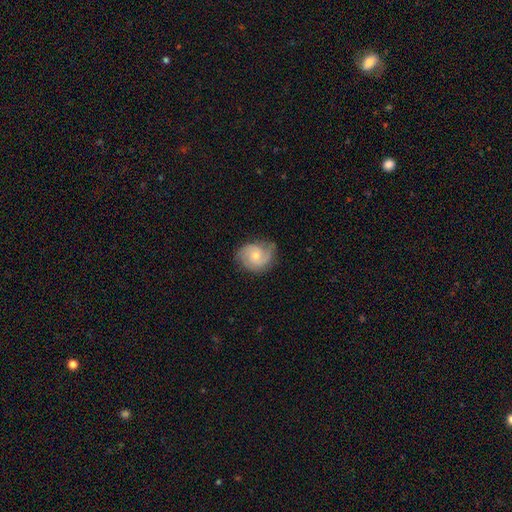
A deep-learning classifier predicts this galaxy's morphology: A featured or disk galaxy (69%) with no bar (71%), 2 (63%) medium (43%) spiral arms (93%) and a small central bulge (50%).

Vote fractions:
- Smooth or featured? featured or disk: 69% / smooth: 24% / star or artifact: 6%
- Edge-on disk? no: 98% / yes: 2%
- Bar? no: 71% / weak: 26% / strong: 3%
- Spiral arms? yes: 93% / no: 7%
- Spiral winding? medium: 43% / tight: 41% / loose: 16%
- Spiral arm count? 2: 63% / can't tell: 14% / 3: 13% / 1: 6% / 4: 2% / more than 4: 2%
- Bulge size? small: 50% / moderate: 45% / large: 2% / none: 2% / dominant: 1%
- Merging? none: 67% / minor disturbance: 24% / major disturbance: 7% / merger: 1%